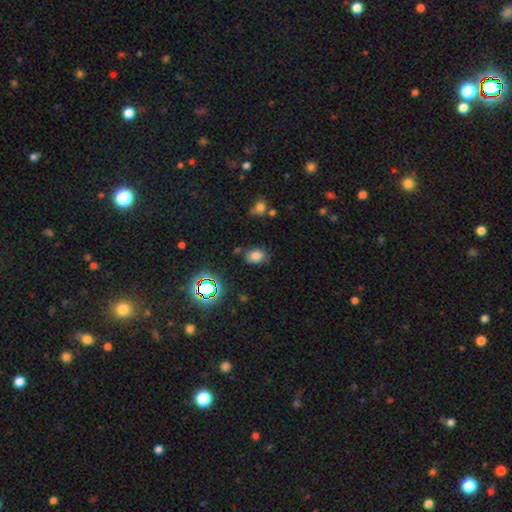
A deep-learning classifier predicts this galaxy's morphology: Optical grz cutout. It shows a smooth galaxy with no disk features (75%) that is in between round and cigar-shaped (69%). Merging: none (74%).